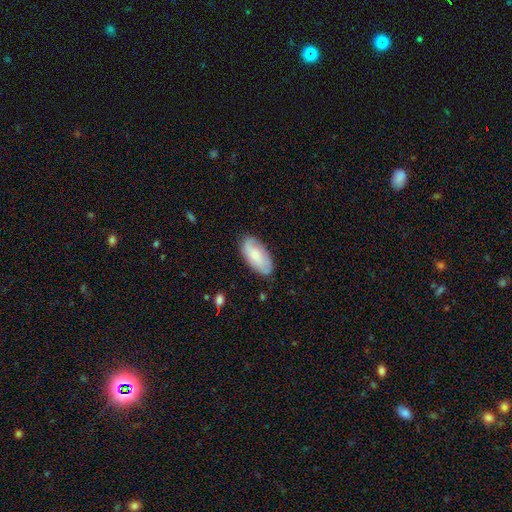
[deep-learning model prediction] smooth 66%, featured or disk 28%, star or artifact 6%. Down the decision tree: how rounded — in between (93%); merging — none (79%).